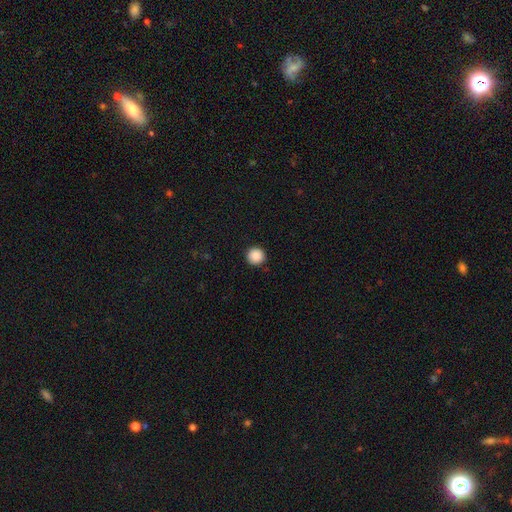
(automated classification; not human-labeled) Smooth or featured: smooth — 88% (star or artifact — 9%)
How rounded: round — 95% (in between — 4%)
Merging: none — 93% (minor disturbance — 5%)